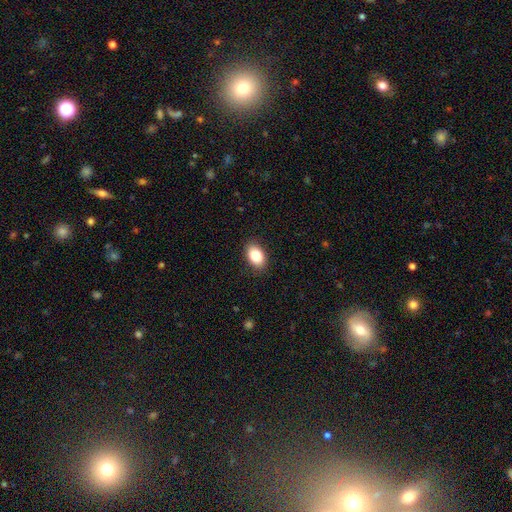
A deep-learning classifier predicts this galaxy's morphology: smooth_or_featured: smooth (p=0.85) [alt: star or artifact p=0.08]
how_rounded: in between (p=0.88) [alt: round p=0.11]
merging: none (p=0.88) [alt: minor disturbance p=0.09]